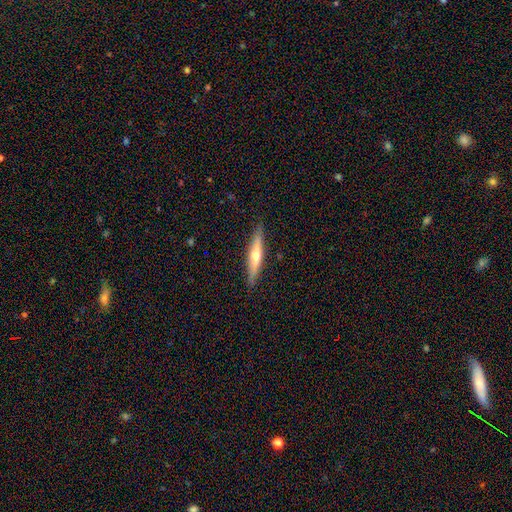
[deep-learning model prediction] smooth-or-featured: featured or disk: 57% | smooth: 37% | star or artifact: 6%
  disk-edge-on: yes: 94% | no: 6%
    edge-on-bulge: rounded: 82% | none: 14% | boxy: 4%
  merging: none: 89% | minor disturbance: 9% | major disturbance: 2% | merger: 1%